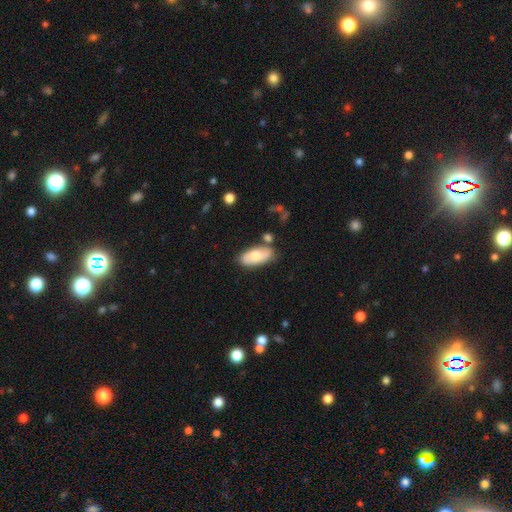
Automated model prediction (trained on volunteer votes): Morphology: type=smooth (60%); roundness=in between (89%); merging=none (70%).